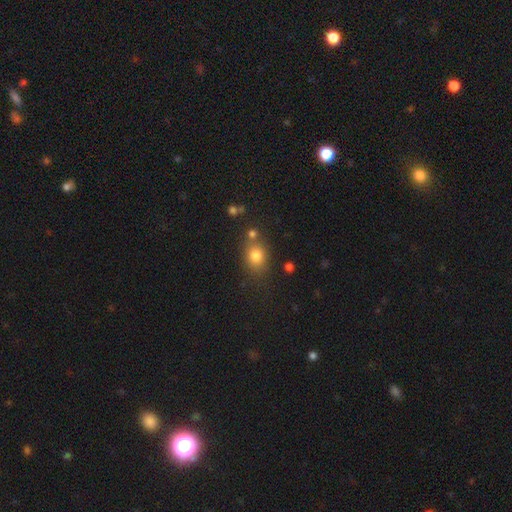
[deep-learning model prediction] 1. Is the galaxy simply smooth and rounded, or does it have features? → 80% smooth, 12% star or artifact, 8% featured or disk.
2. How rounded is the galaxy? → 50% round, 48% in between, 1% cigar-shaped.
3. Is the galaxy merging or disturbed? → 67% none, 14% minor disturbance, 14% merger, 5% major disturbance.